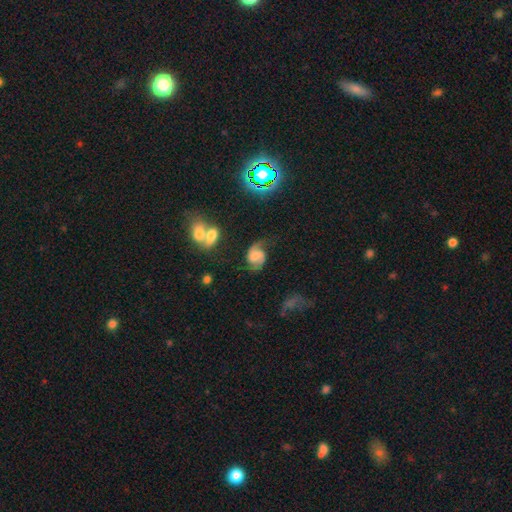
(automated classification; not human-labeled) Smooth or featured? Predicted: featured or disk (p=0.72). Edge-on disk? Predicted: no (p=0.98). Bar? Predicted: no (p=0.46). Spiral arms? Predicted: yes (p=0.94). Spiral winding? Predicted: medium (p=0.45). Spiral arm count? Predicted: 2 (p=0.88). Bulge size? Predicted: none (p=0.39). Merging? Predicted: none (p=0.58).